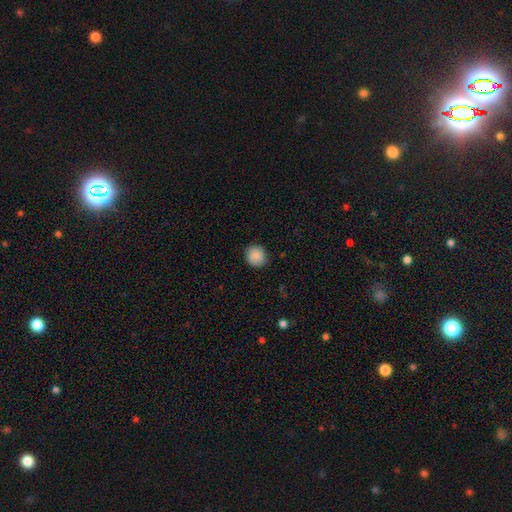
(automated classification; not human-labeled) Smooth or featured? Predicted: smooth (p=0.89). How rounded? Predicted: round (p=0.89). Merging? Predicted: none (p=0.87).